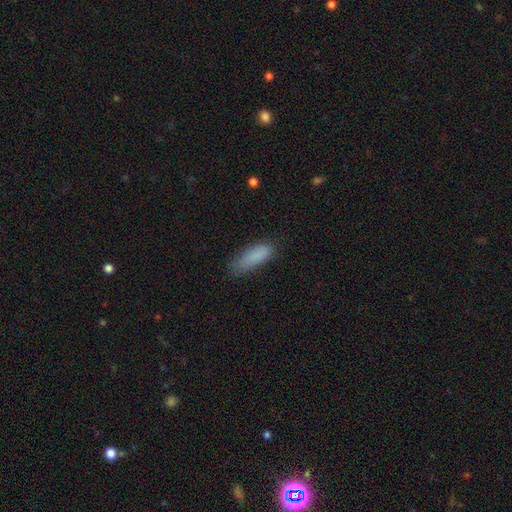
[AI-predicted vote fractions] smooth-or-featured: smooth: 85% | star or artifact: 8% | featured or disk: 7%
  how-rounded: in between: 55% | cigar-shaped: 43% | round: 2%
  merging: none: 66% | minor disturbance: 25% | major disturbance: 7% | merger: 2%